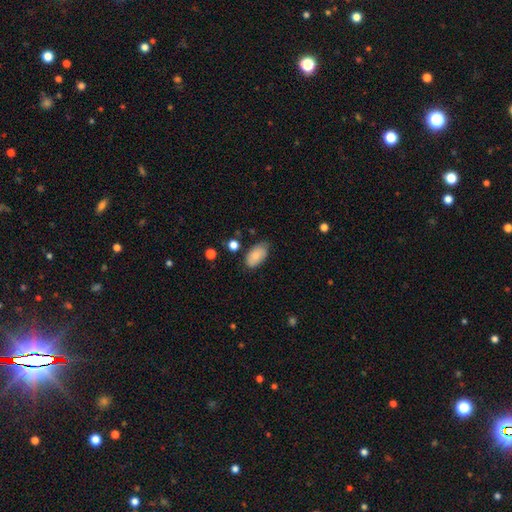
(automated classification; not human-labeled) smooth-or-featured: smooth: 81% | featured or disk: 12% | star or artifact: 7%
  how-rounded: in between: 94% | round: 5% | cigar-shaped: 2%
  merging: none: 68% | minor disturbance: 25% | major disturbance: 5% | merger: 3%